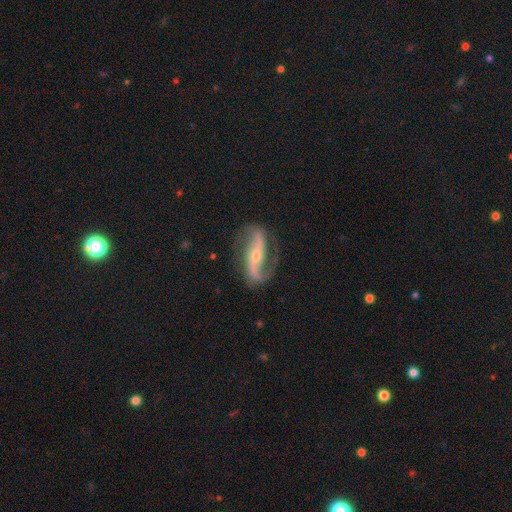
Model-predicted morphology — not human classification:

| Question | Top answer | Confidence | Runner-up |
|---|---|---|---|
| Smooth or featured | featured or disk | 90% | smooth (5%) |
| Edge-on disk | no | 94% | yes (6%) |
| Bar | strong | 43% | no (31%) |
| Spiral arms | yes | 97% | no (3%) |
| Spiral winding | loose | 60% | medium (30%) |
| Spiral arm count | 2 | 91% | 1 (4%) |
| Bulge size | small | 60% | moderate (35%) |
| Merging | none | 76% | minor disturbance (15%) |